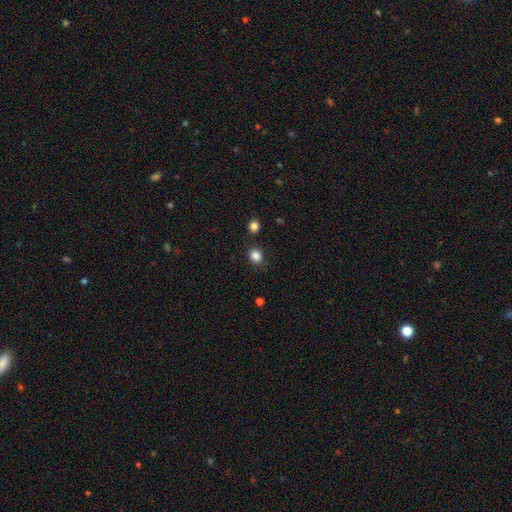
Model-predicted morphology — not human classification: This appears to be a smooth galaxy with no disk features (85%) that is round (74%). Merging: none (85%).